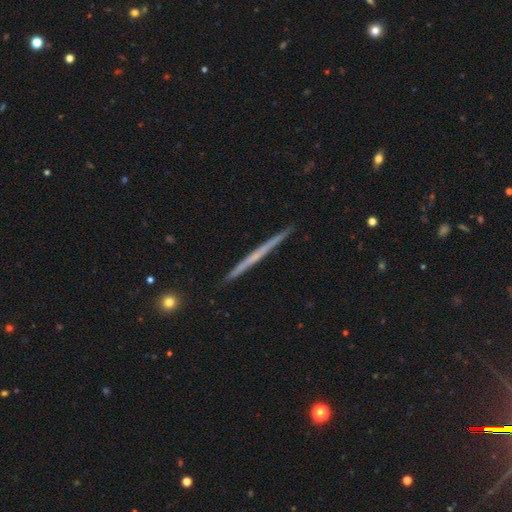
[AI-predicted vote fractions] featured or disk 63%, smooth 31%, star or artifact 6%. Down the decision tree: edge-on disk — yes (98%); edge-on bulge — none (86%); merging — none (92%).